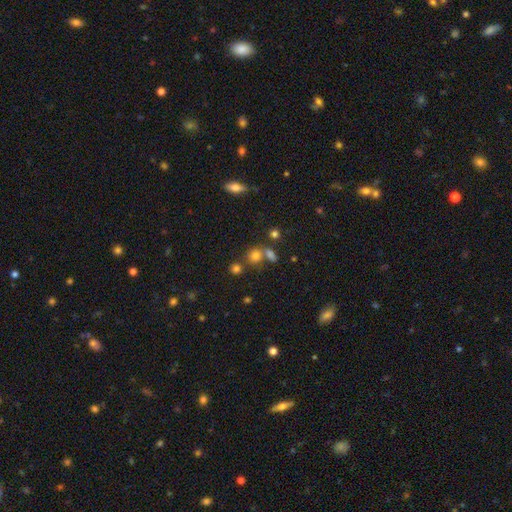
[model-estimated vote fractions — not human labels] Morphology: type=smooth (72%); roundness=round (77%); merging=none (58%).